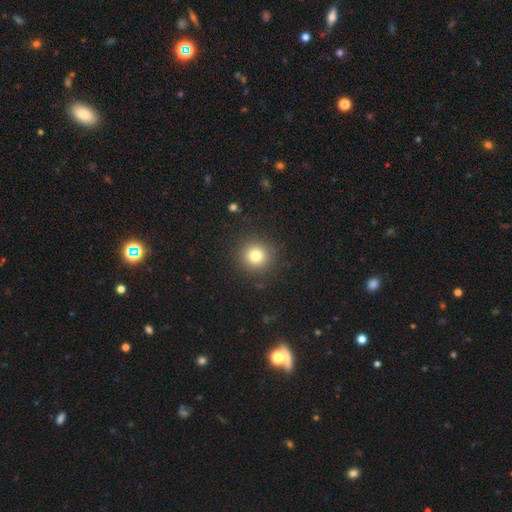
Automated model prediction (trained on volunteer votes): Smooth or featured? Predicted: smooth (p=0.79). How rounded? Predicted: round (p=0.94). Merging? Predicted: none (p=0.90).